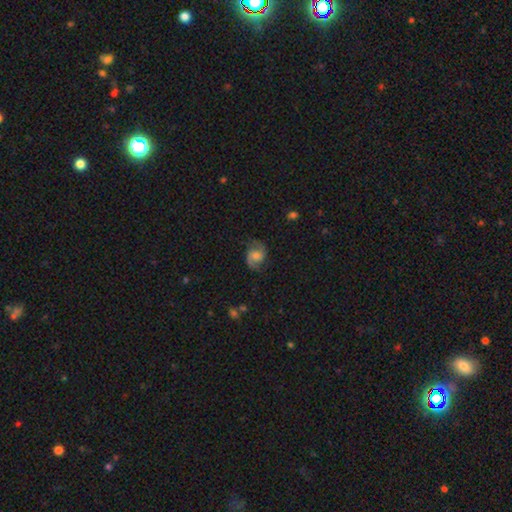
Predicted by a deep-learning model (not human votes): A featured or disk galaxy (72%) with no bar (58%), 2 (91%) medium (49%) spiral arms (94%) and a moderate central bulge (51%).

Vote fractions:
- Smooth or featured? featured or disk: 72% / smooth: 20% / star or artifact: 8%
- Edge-on disk? no: 98% / yes: 2%
- Bar? no: 58% / weak: 35% / strong: 7%
- Spiral arms? yes: 94% / no: 6%
- Spiral winding? medium: 49% / loose: 35% / tight: 16%
- Spiral arm count? 2: 91% / can't tell: 4% / 1: 2% / 3: 1% / 4: 1% / more than 4: 1%
- Bulge size? moderate: 51% / small: 28% / large: 12% / none: 8% / dominant: 2%
- Merging? none: 75% / minor disturbance: 17% / major disturbance: 7% / merger: 1%